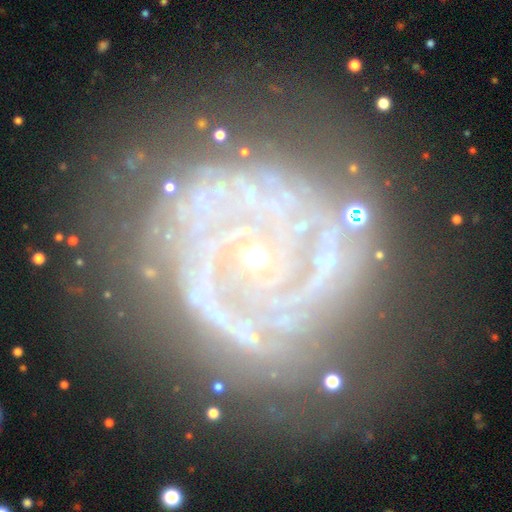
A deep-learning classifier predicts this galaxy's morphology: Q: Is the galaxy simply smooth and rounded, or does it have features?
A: featured or disk — 85%.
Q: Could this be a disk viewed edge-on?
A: no — 97%.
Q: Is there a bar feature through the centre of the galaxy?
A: no — 73%.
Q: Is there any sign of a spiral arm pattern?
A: yes — 90%.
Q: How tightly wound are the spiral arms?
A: tight — 64%.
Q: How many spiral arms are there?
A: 2 — 33%.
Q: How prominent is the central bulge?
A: small — 83%.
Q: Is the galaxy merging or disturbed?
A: none — 61%.